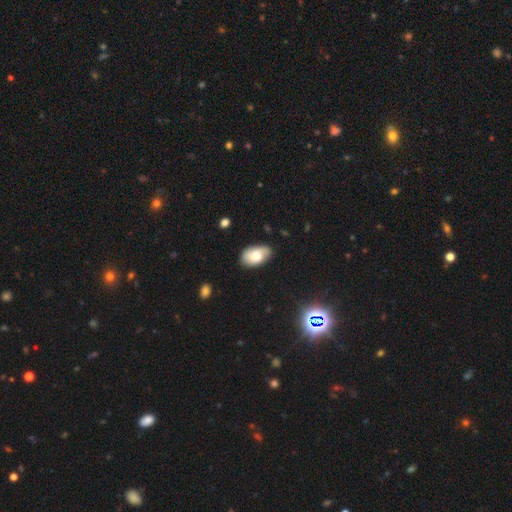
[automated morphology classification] A smooth galaxy with no disk features (71%) that is in between round and cigar-shaped (93%).

Vote fractions:
- Smooth or featured? smooth: 71% / featured or disk: 21% / star or artifact: 7%
- How rounded? in between: 93% / round: 5% / cigar-shaped: 2%
- Merging? none: 69% / minor disturbance: 25% / major disturbance: 5% / merger: 2%